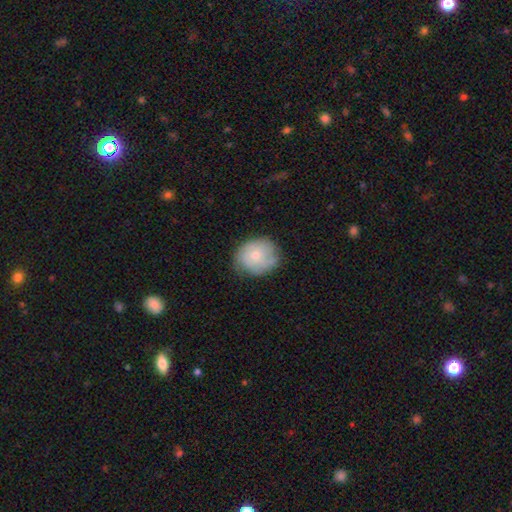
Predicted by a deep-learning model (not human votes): A smooth galaxy with no disk features (58%) that is round (75%).

Vote fractions:
- Smooth or featured? smooth: 58% / featured or disk: 35% / star or artifact: 7%
- How rounded? round: 75% / in between: 24% / cigar-shaped: 1%
- Merging? none: 66% / minor disturbance: 26% / major disturbance: 7% / merger: 2%